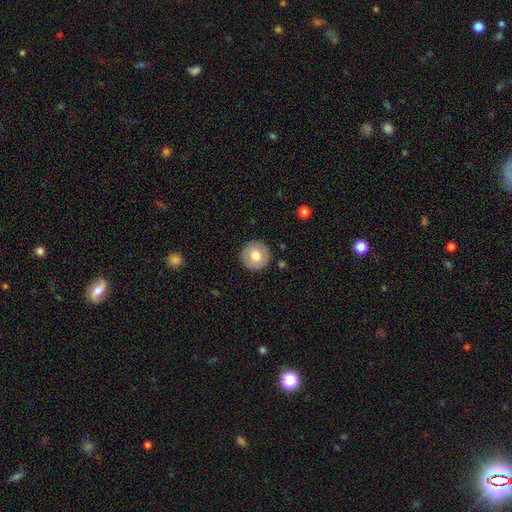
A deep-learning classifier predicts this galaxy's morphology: Overall: smooth (75%). How rounded: round (96%). Merging: none (91%).